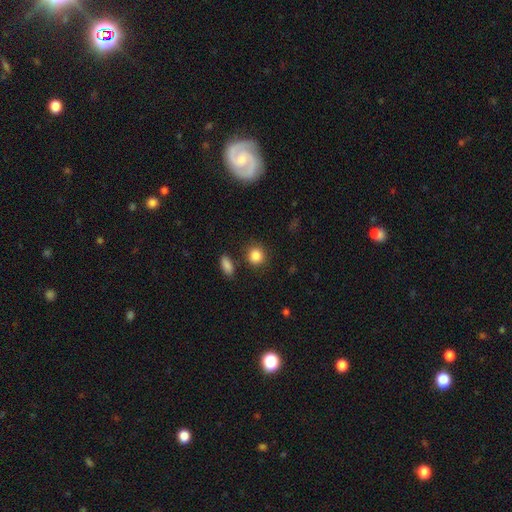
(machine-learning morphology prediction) This is clearly a smooth galaxy (87%). How rounded: clearly round (80%). Merging: clearly none (83%).